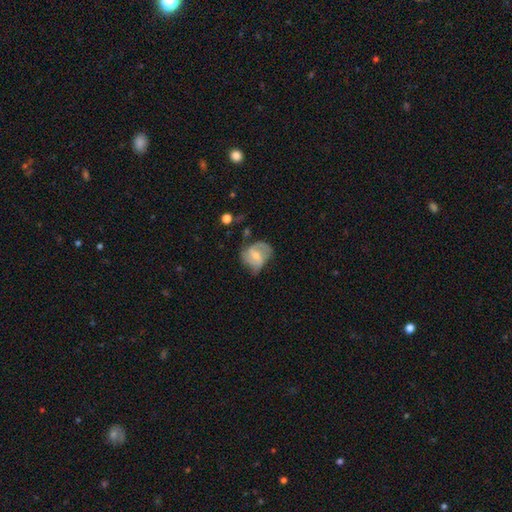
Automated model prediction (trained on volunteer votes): Smooth or featured? featured or disk (70%)
Edge-on disk? no (98%)
Bar? weak (52%)
Spiral arms? yes (89%)
Spiral winding? medium (48%)
Spiral arm count? 2 (62%)
Bulge size? moderate (47%)
Merging? none (49%)